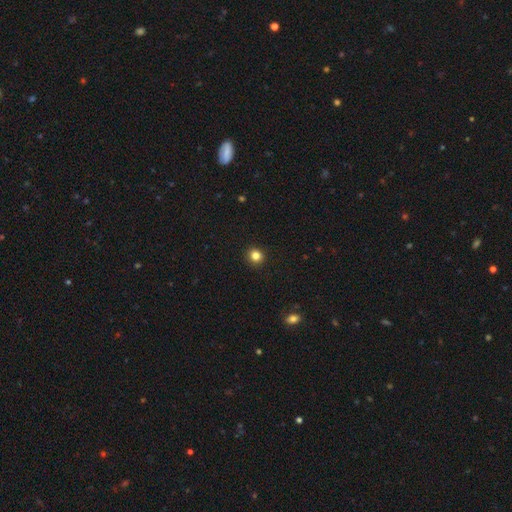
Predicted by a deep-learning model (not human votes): This appears to be a smooth galaxy with no disk features (83%) that is round (91%). Merging: none (93%).